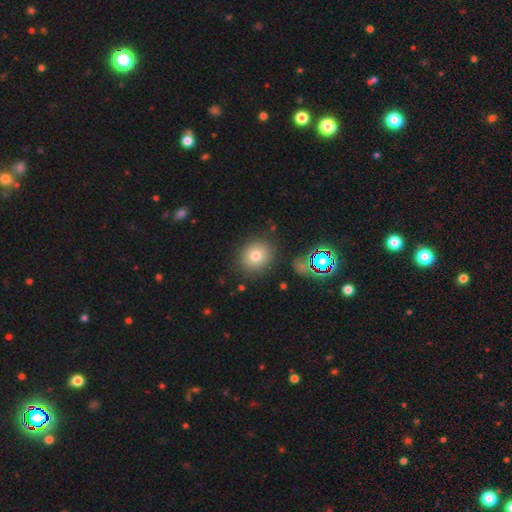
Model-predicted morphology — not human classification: smooth 76%, star or artifact 14%, featured or disk 11%. Down the decision tree: how rounded — round (78%); merging — none (84%).